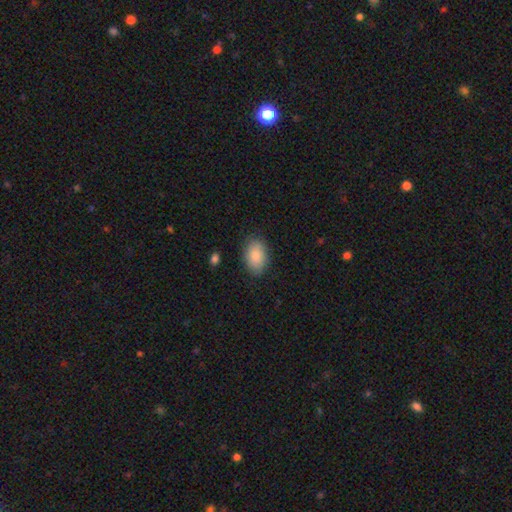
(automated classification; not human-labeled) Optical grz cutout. It shows a smooth galaxy with no disk features (86%) that is in between round and cigar-shaped (87%). Merging: none (84%).